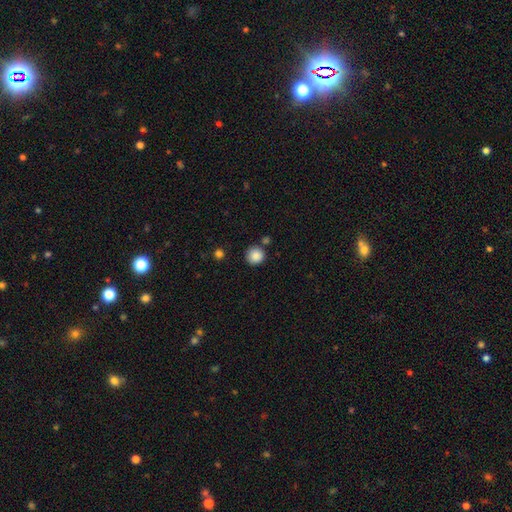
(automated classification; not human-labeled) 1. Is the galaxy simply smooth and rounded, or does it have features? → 87% smooth, 9% star or artifact, 4% featured or disk.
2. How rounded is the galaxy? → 94% round, 5% in between, 1% cigar-shaped.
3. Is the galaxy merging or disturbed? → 83% none, 9% minor disturbance, 6% merger, 2% major disturbance.